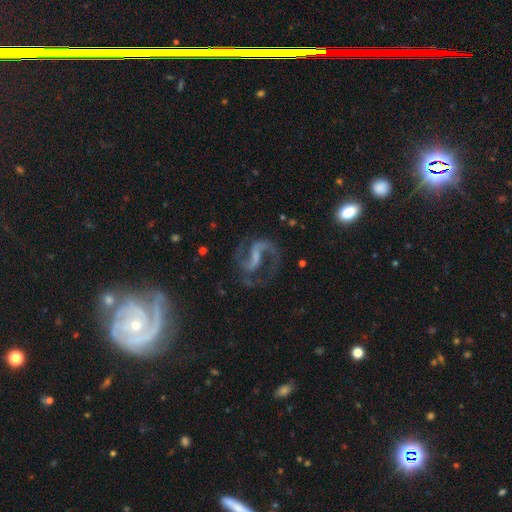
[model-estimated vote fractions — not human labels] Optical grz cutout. It shows a featured or disk galaxy (90%) with a strong bar (45%), 2 (93%) medium (59%) spiral arms (97%) and a small central bulge (43%). Merging: none (73%).